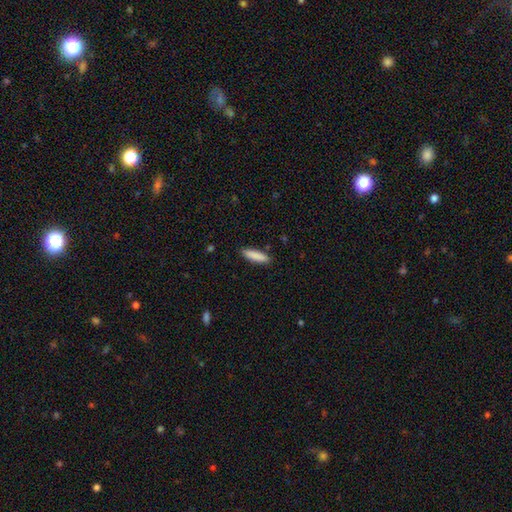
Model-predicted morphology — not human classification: type=smooth (88%); roundness=cigar-shaped (68%); merging=none (88%).